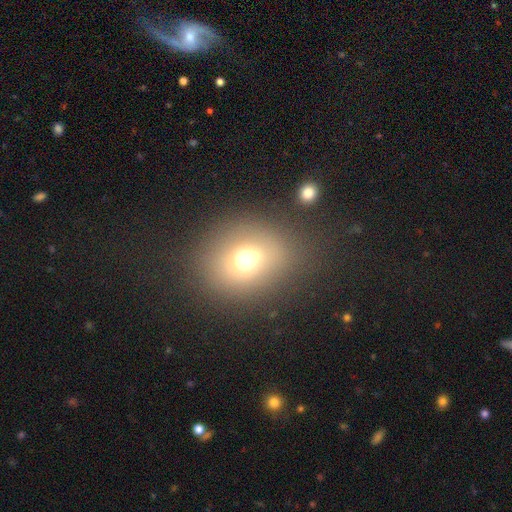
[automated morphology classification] Q: Smooth or featured?
A: smooth (65%); runner-up: star or artifact (18%)
Q: How rounded?
A: round (68%); runner-up: in between (31%)
Q: Merging?
A: none (60%); runner-up: merger (20%)